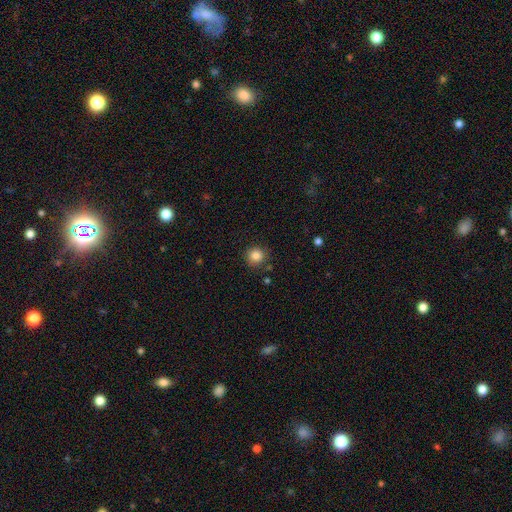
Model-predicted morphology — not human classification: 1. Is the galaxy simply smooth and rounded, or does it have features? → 84% smooth, 11% star or artifact, 5% featured or disk.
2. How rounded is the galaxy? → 94% round, 5% in between, 1% cigar-shaped.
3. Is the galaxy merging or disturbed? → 88% none, 8% minor disturbance, 2% merger, 2% major disturbance.